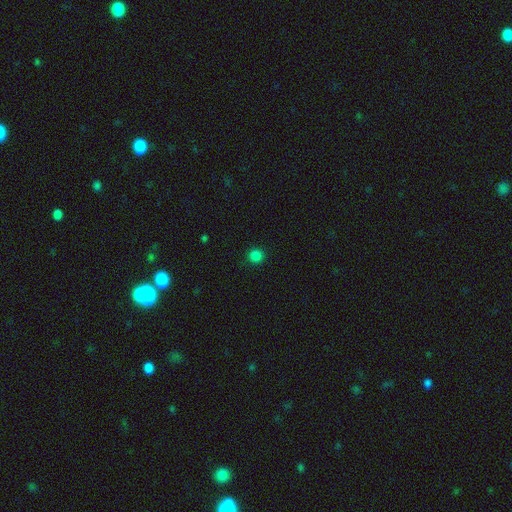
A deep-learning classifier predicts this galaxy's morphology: A smooth galaxy with no disk features (83%) that is round (95%).

Vote fractions:
- Smooth or featured? smooth: 83% / star or artifact: 14% / featured or disk: 3%
- How rounded? round: 95% / in between: 4% / cigar-shaped: 1%
- Merging? none: 92% / minor disturbance: 5% / major disturbance: 2% / merger: 1%